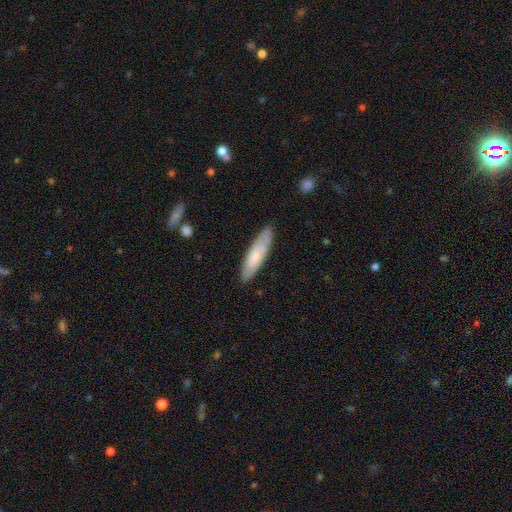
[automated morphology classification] This is likely a smooth galaxy (69%). How rounded: likely cigar-shaped (69%). Merging: clearly none (85%).